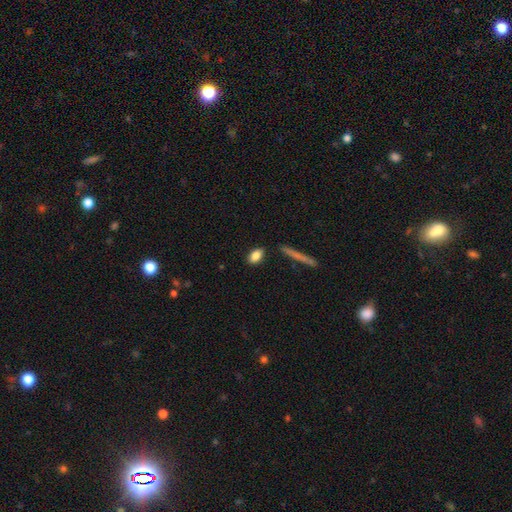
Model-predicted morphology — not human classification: Overall: smooth (84%). How rounded: in between (85%). Merging: none (84%).